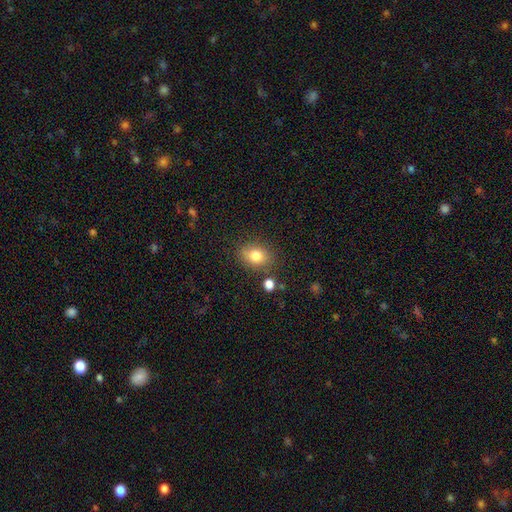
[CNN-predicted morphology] Smooth or featured? smooth (80%)
How rounded? in between (52%)
Merging? none (79%)